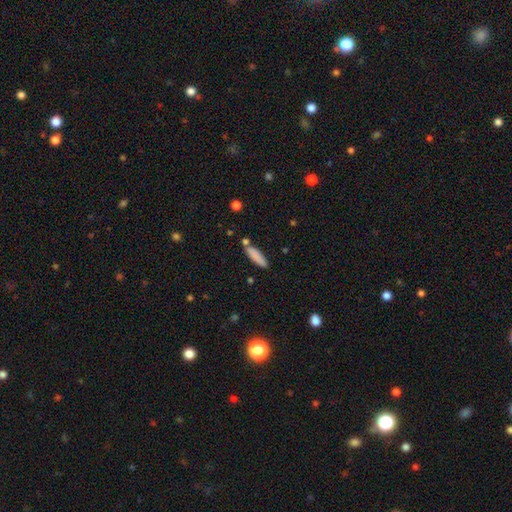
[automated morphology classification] Q: Smooth or featured?
A: smooth (85%); runner-up: featured or disk (8%)
Q: How rounded?
A: cigar-shaped (62%); runner-up: in between (36%)
Q: Merging?
A: none (74%); runner-up: minor disturbance (14%)